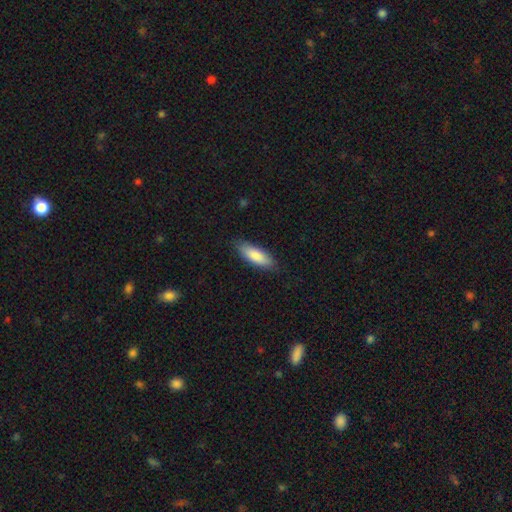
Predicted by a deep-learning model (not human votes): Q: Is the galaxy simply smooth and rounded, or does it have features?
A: smooth — 85%.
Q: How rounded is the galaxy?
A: in between — 61%.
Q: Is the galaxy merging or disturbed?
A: none — 82%.